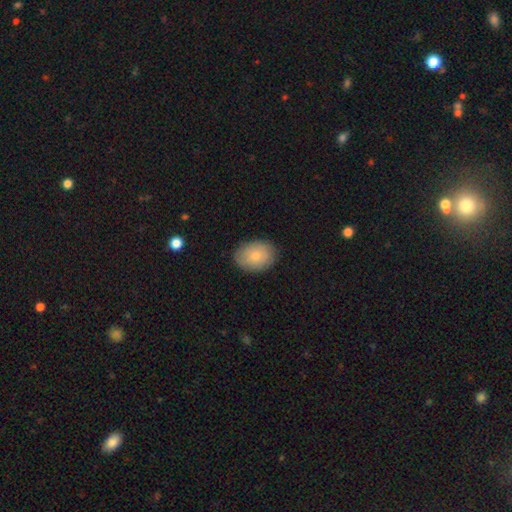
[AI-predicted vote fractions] smooth 80%, featured or disk 14%, star or artifact 6%. Down the decision tree: how rounded — in between (73%); merging — none (86%).